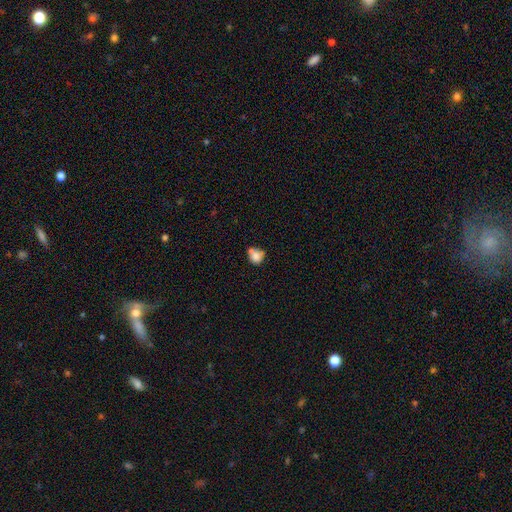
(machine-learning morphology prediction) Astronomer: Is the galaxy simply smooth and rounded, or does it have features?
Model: smooth — 80%.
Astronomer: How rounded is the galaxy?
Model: round — 76%.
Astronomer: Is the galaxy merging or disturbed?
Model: none — 45% (runner-up: merger, 26%).